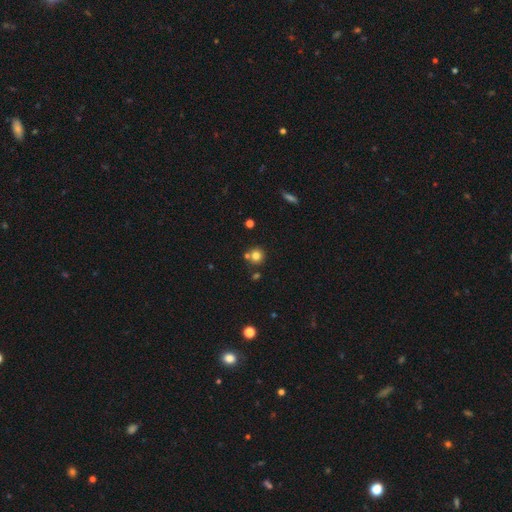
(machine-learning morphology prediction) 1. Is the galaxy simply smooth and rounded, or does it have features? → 77% smooth, 14% star or artifact, 9% featured or disk.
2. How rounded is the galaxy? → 92% round, 7% in between, 1% cigar-shaped.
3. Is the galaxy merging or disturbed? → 70% none, 19% merger, 8% minor disturbance, 3% major disturbance.